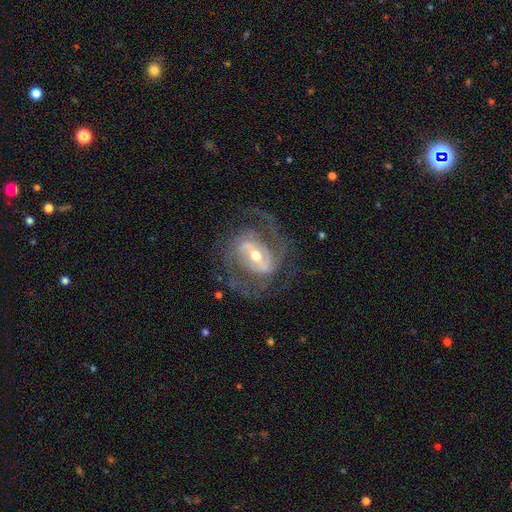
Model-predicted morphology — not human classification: Overall: featured or disk (89%). Edge-on disk: no (96%). Bar: strong (42%; weak 40%). Spiral arms: yes (95%). Spiral arm count: 2 (61%). Spiral winding: medium (50%; tight 33%). Bulge size: moderate (58%; small 35%). Merging: none (67%).